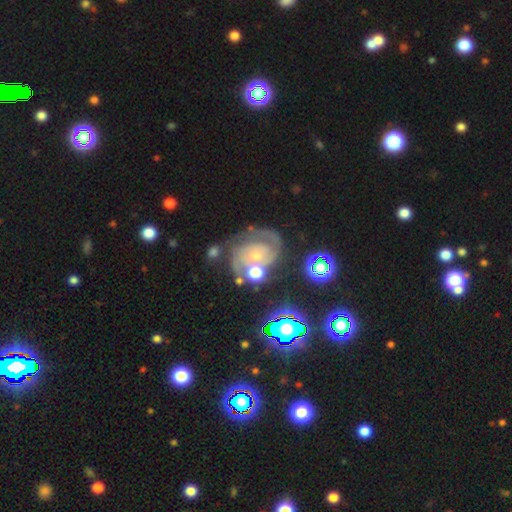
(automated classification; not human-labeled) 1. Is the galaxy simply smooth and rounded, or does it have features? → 78% featured or disk, 12% smooth, 11% star or artifact.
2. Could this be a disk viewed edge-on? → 98% no, 2% yes.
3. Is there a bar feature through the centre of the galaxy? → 69% no, 25% weak, 6% strong.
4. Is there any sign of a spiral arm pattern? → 93% yes, 7% no.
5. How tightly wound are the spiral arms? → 51% tight, 38% medium, 11% loose.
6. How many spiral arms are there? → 63% 2, 16% can't tell, 8% 3, 8% 1, 3% 4, 3% more than 4.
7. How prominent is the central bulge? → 50% small, 29% moderate, 12% none, 7% large, 2% dominant.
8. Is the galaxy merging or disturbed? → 56% none, 19% minor disturbance, 14% major disturbance, 11% merger.